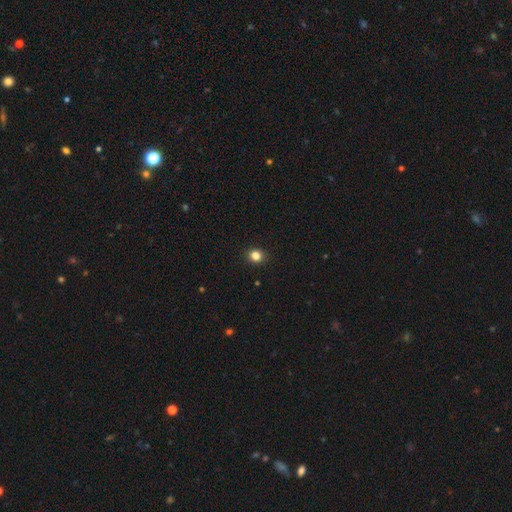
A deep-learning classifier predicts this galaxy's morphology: Smooth or featured: smooth — 83% (star or artifact — 13%)
How rounded: round — 84% (in between — 15%)
Merging: none — 93% (minor disturbance — 5%)